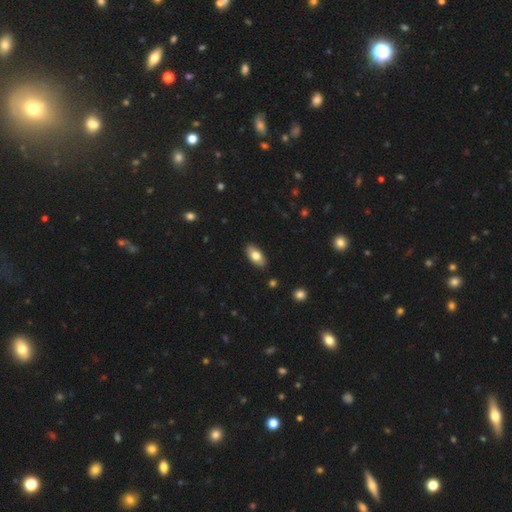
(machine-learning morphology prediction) A smooth galaxy with no disk features (76%) that is in between round and cigar-shaped (91%).

Vote fractions:
- Smooth or featured? smooth: 76% / featured or disk: 18% / star or artifact: 6%
- How rounded? in between: 91% / cigar-shaped: 6% / round: 3%
- Merging? none: 88% / minor disturbance: 9% / major disturbance: 2% / merger: 1%